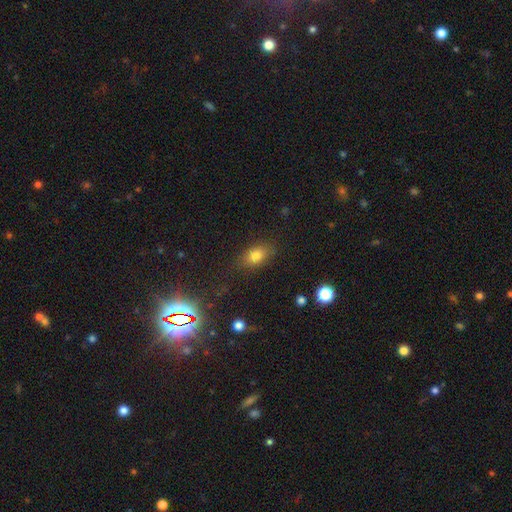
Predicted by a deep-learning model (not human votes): smooth-or-featured: smooth: 78% | star or artifact: 13% | featured or disk: 9%
  how-rounded: in between: 82% | round: 15% | cigar-shaped: 3%
  merging: none: 81% | minor disturbance: 14% | major disturbance: 4% | merger: 2%